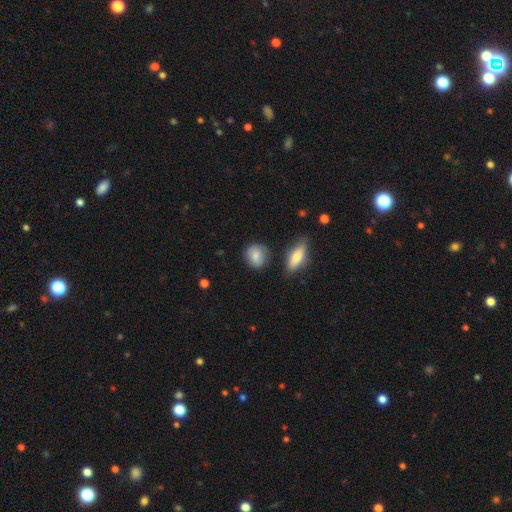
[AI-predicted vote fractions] A smooth galaxy with no disk features (77%) that is round (73%). Merging: none (77%).